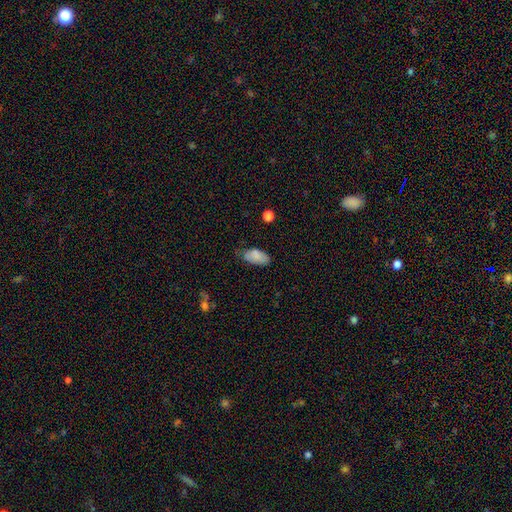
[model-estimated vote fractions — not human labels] A smooth galaxy with no disk features (84%) that is in between round and cigar-shaped (93%). Merging: none (56%).